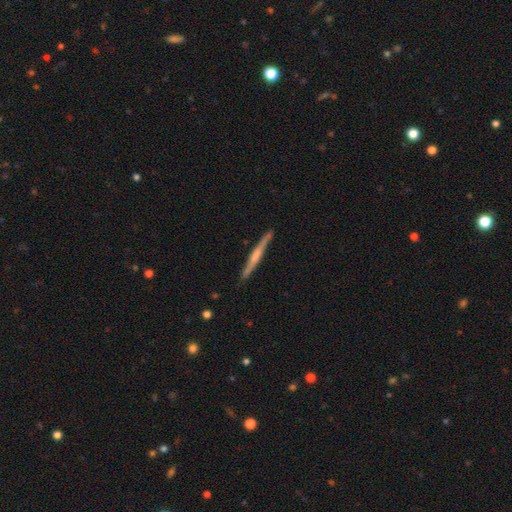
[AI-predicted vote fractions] Smooth or featured: featured or disk — 61% (smooth — 34%)
Edge-on disk: yes — 97% (no — 3%)
Edge-on bulge: none — 42% (rounded — 37%)
Merging: none — 87% (minor disturbance — 10%)